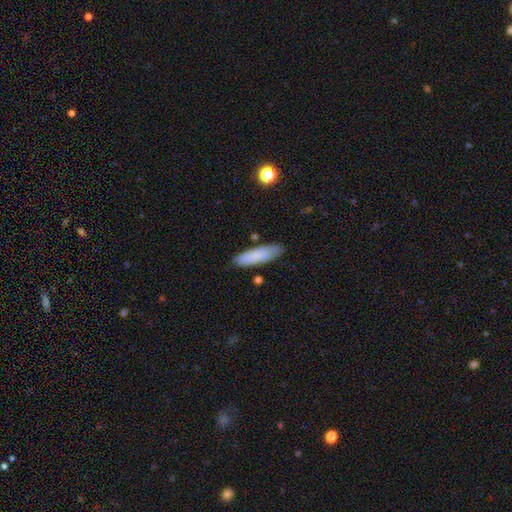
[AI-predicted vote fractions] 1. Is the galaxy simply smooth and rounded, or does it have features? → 79% smooth, 15% featured or disk, 6% star or artifact.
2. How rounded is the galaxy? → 60% cigar-shaped, 39% in between, 2% round.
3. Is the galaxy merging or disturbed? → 81% none, 13% minor disturbance, 3% merger, 2% major disturbance.